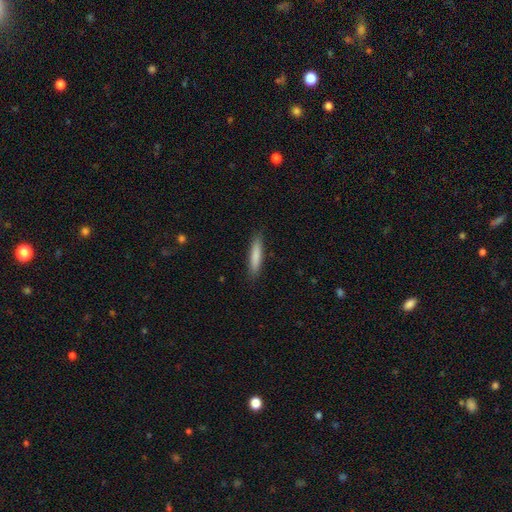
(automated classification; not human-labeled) smooth 84%, featured or disk 11%, star or artifact 6%. Down the decision tree: how rounded — cigar-shaped (84%); merging — none (88%).